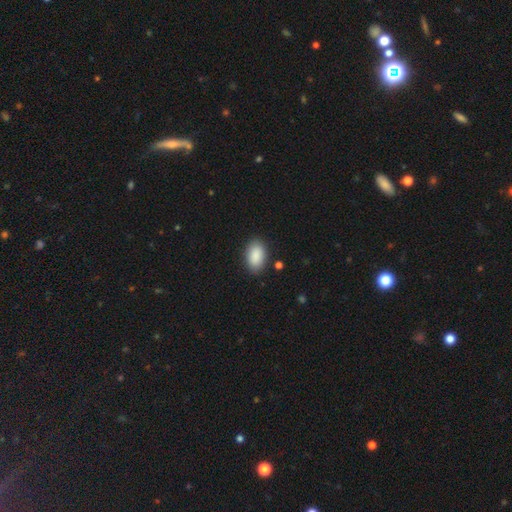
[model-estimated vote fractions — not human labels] This is clearly a smooth galaxy (90%). How rounded: clearly in between (93%). Merging: clearly none (87%).